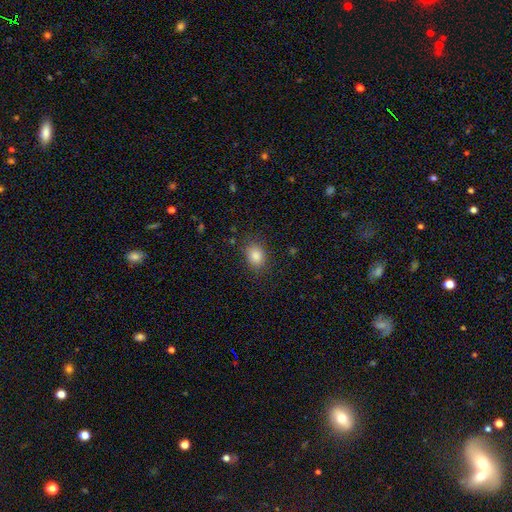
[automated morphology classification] type=smooth (84%); roundness=in between (55%); merging=none (84%).